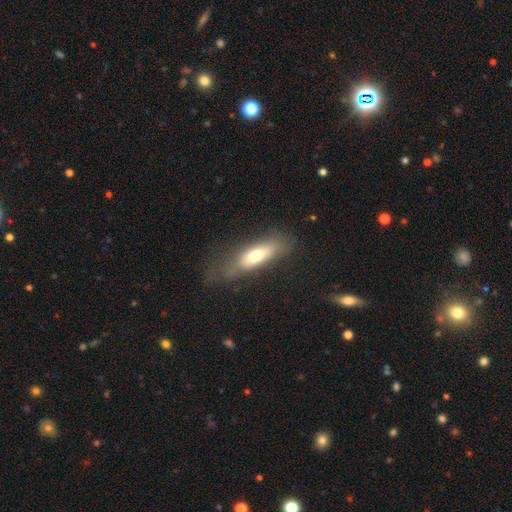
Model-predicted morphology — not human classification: smooth-or-featured: smooth: 66% | featured or disk: 26% | star or artifact: 7%
  how-rounded: in between: 55% | cigar-shaped: 43% | round: 3%
  merging: none: 55% | minor disturbance: 25% | major disturbance: 18% | merger: 2%